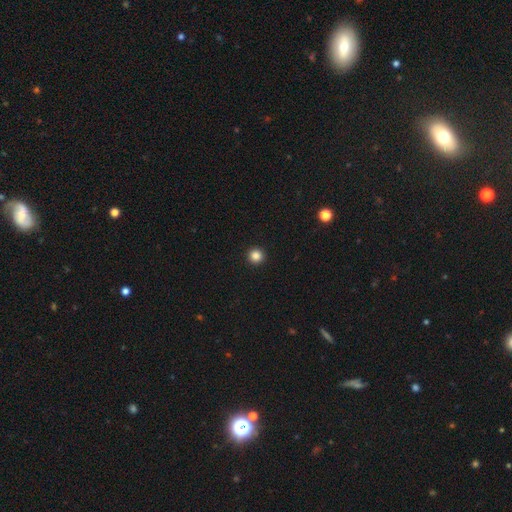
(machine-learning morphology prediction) smooth 85%, star or artifact 11%, featured or disk 3%. Down the decision tree: how rounded — round (96%); merging — none (94%).